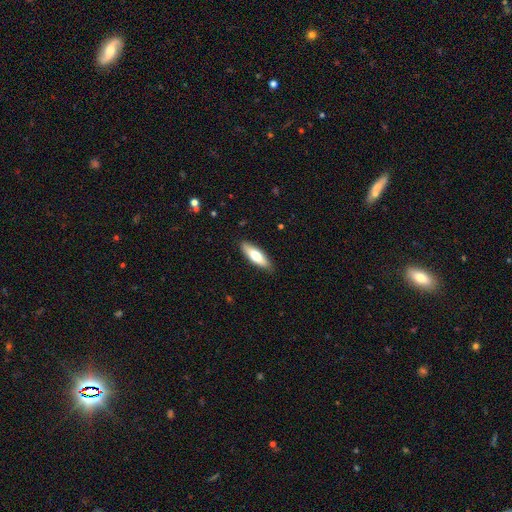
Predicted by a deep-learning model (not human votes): Overall: smooth (66%; featured or disk 29%). How rounded: in between (52%; cigar-shaped 46%). Merging: none (88%).